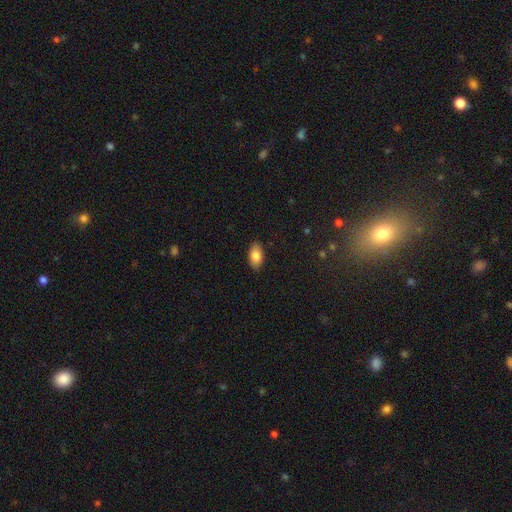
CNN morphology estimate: A smooth galaxy with no disk features (82%) that is in between round and cigar-shaped (92%).

Vote fractions:
- Smooth or featured? smooth: 82% / featured or disk: 11% / star or artifact: 7%
- How rounded? in between: 92% / round: 5% / cigar-shaped: 3%
- Merging? none: 88% / minor disturbance: 9% / major disturbance: 2% / merger: 1%